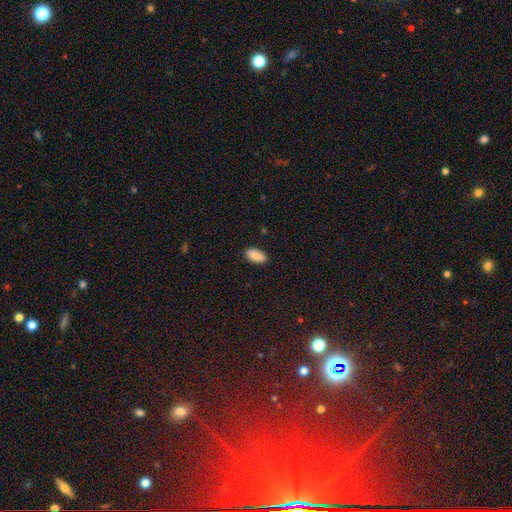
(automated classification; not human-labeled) smooth-or-featured: smooth: 87% | star or artifact: 7% | featured or disk: 6%
  how-rounded: in between: 93% | cigar-shaped: 4% | round: 3%
  merging: none: 88% | minor disturbance: 9% | major disturbance: 2% | merger: 1%